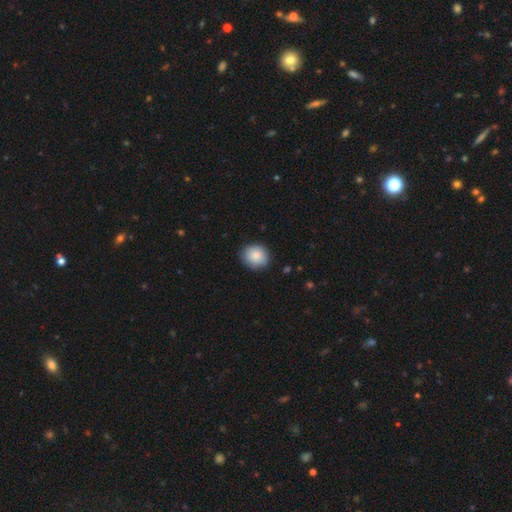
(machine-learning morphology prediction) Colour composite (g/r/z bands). It shows a smooth galaxy with no disk features (88%) that is round (75%). Merging: none (86%).